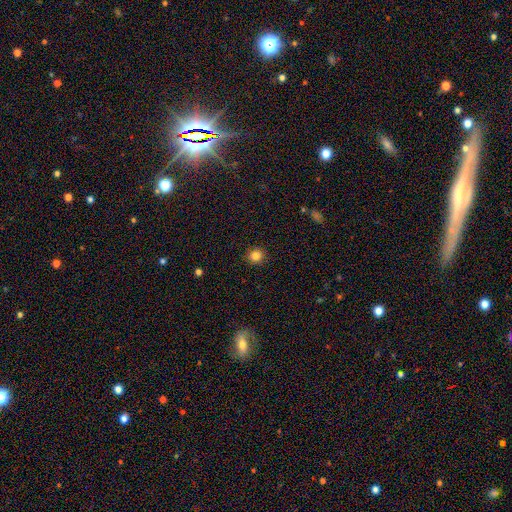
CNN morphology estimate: This appears to be a smooth galaxy with no disk features (84%) that is round (88%). Merging: none (91%).